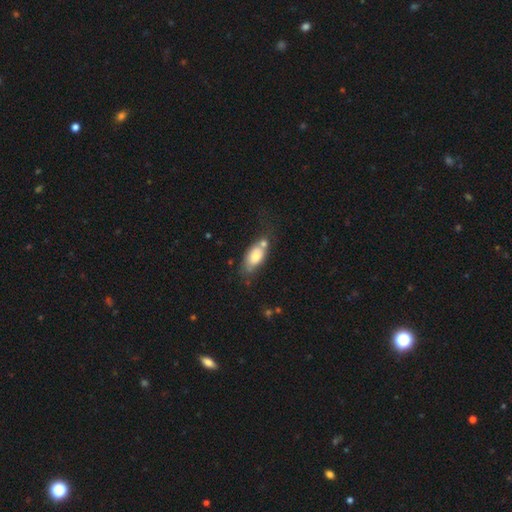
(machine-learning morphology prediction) Smooth or featured: smooth — 72% (featured or disk — 20%)
How rounded: in between — 87% (cigar-shaped — 8%)
Merging: none — 39% (merger — 26%)